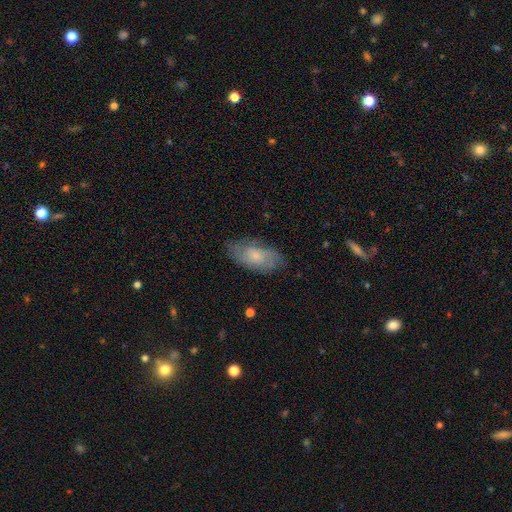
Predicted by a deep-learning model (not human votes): This is possibly a featured or disk galaxy (59%). It is clearly not viewed edge-on (93%). Bar: likely no (77%). Spiral arm pattern: clearly yes (86%). Central bulge: likely small (65%). Merging: likely none (73%).